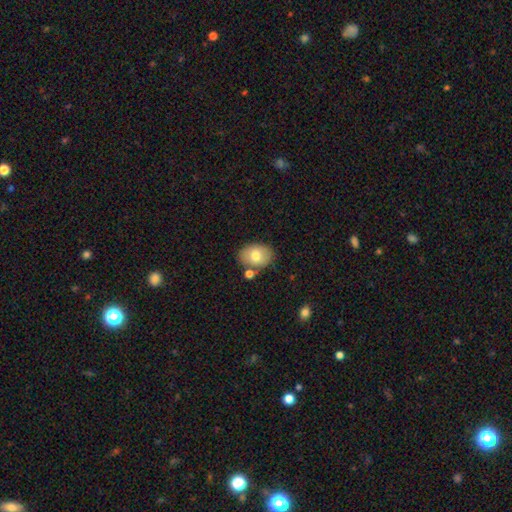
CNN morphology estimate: smooth_or_featured: smooth (p=0.74) [alt: featured or disk p=0.18]
how_rounded: in between (p=0.75) [alt: round p=0.24]
merging: none (p=0.73) [alt: minor disturbance p=0.13]